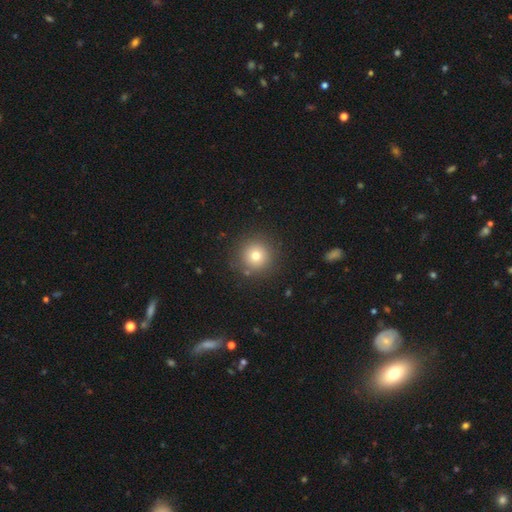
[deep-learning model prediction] Smooth or featured? Predicted: smooth (p=0.75). How rounded? Predicted: round (p=0.95). Merging? Predicted: none (p=0.88).